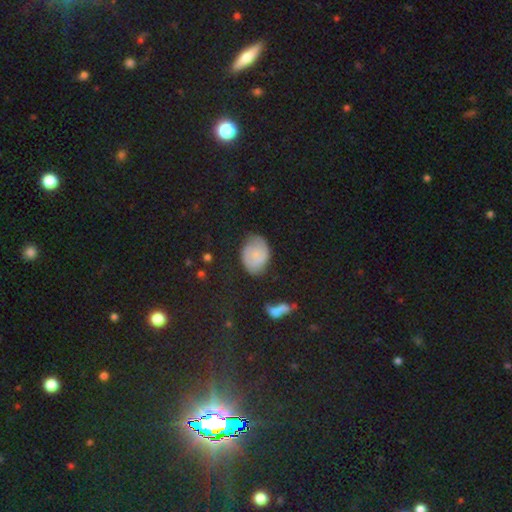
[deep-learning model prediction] Q: Smooth or featured?
A: smooth (62%); runner-up: featured or disk (24%)
Q: How rounded?
A: in between (76%); runner-up: round (22%)
Q: Merging?
A: none (60%); runner-up: minor disturbance (28%)